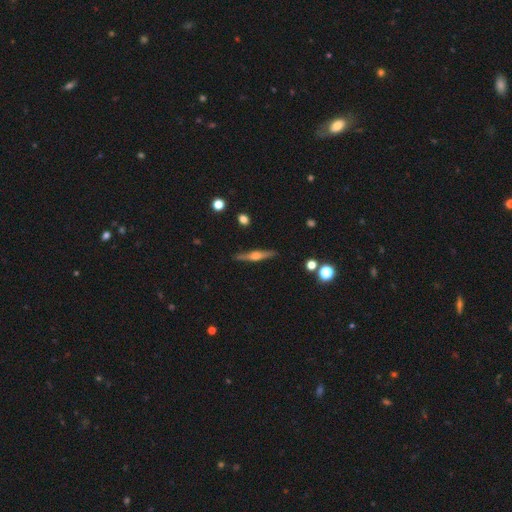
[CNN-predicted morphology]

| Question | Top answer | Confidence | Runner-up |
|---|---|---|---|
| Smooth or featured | featured or disk | 73% | smooth (21%) |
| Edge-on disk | yes | 98% | no (2%) |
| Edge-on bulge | rounded | 87% | boxy (9%) |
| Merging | none | 90% | minor disturbance (7%) |